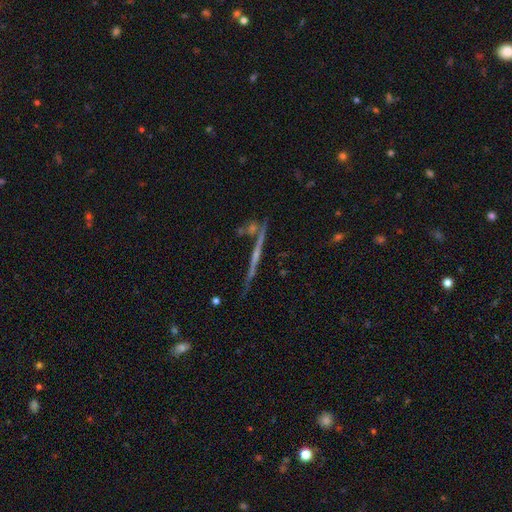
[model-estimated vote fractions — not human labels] A featured or disk galaxy (73%) viewed edge-on (97%) with no central bulge (53%). Merging: none (77%).